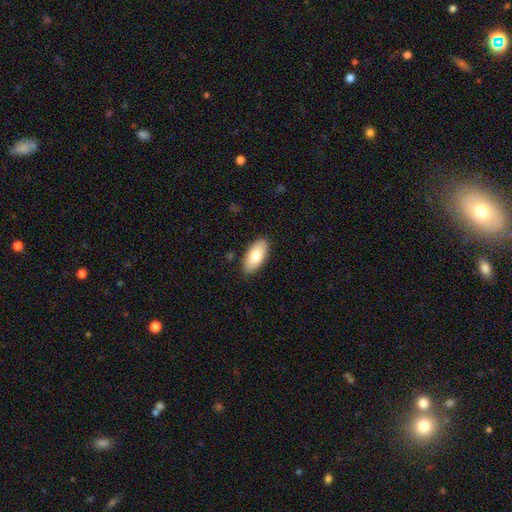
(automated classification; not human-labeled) This is likely a smooth galaxy (77%). How rounded: clearly in between (91%). Merging: clearly none (88%).